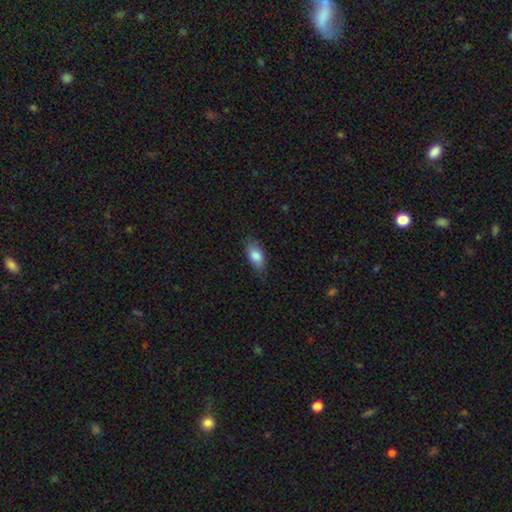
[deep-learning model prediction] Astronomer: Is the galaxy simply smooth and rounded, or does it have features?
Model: smooth — 83%.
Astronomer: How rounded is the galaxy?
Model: in between — 88%.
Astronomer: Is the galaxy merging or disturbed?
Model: none — 76%.